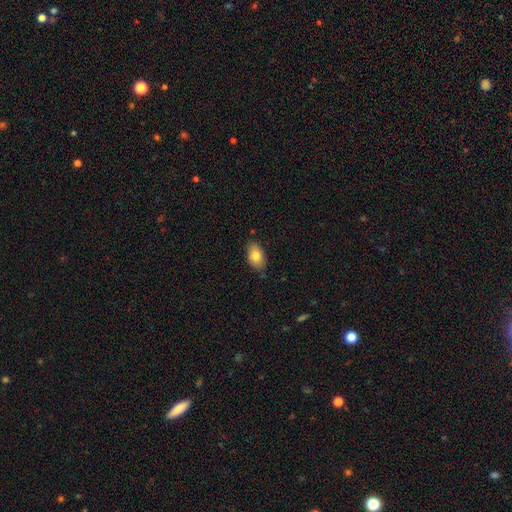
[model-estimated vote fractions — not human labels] This appears to be a smooth galaxy with no disk features (81%) that is in between round and cigar-shaped (91%). Merging: none (82%).